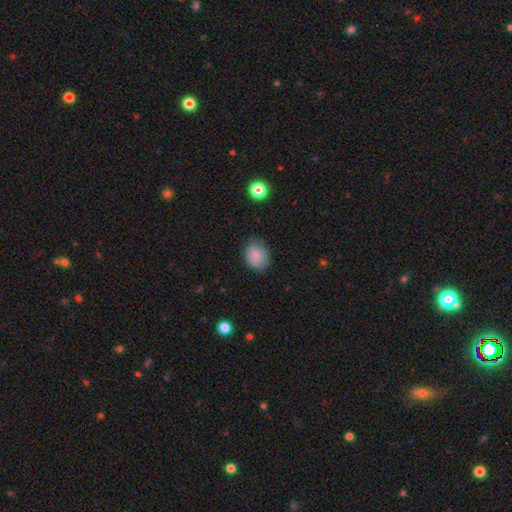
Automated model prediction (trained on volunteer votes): smooth-or-featured: smooth: 85% | star or artifact: 9% | featured or disk: 6%
  how-rounded: in between: 50% | round: 49% | cigar-shaped: 1%
  merging: none: 76% | minor disturbance: 19% | major disturbance: 4% | merger: 1%